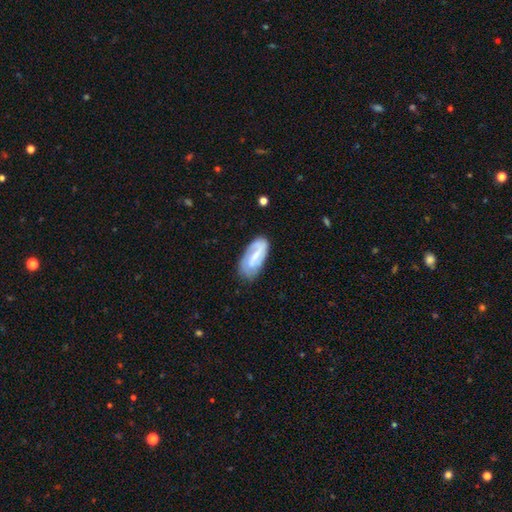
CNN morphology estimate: The model was most divided on "spiral winding": medium: 38%, tight: 35%, loose: 26%. Remaining: edge-on disk — no (94%); spiral arms — yes (84%); merging — none (72%); spiral arm count — 2 (67%); smooth or featured — featured or disk (64%); bulge size — small (52%); bar — weak (45%).